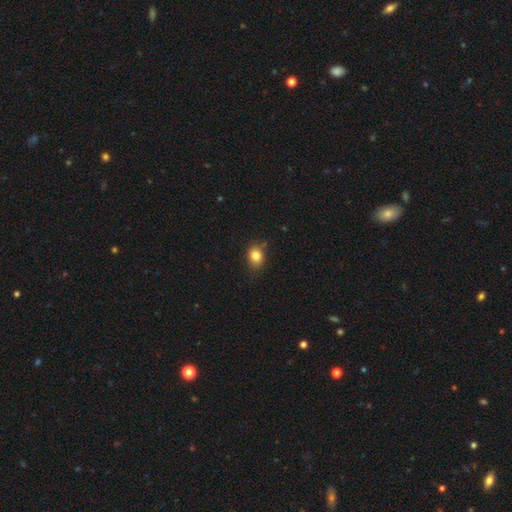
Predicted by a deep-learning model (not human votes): Morphology: type=smooth (83%); roundness=in between (53%); merging=none (77%).